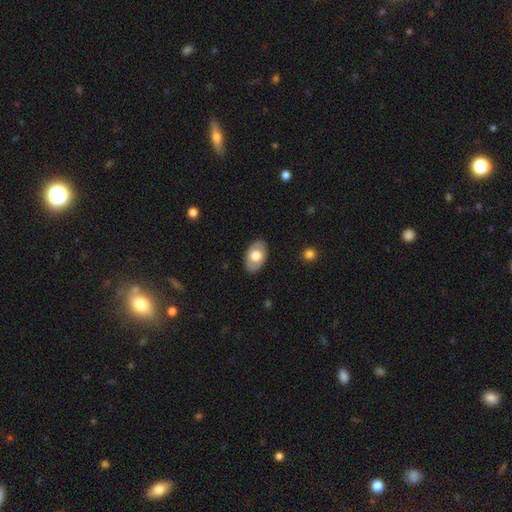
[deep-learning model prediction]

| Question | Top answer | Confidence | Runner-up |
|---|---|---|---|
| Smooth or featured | smooth | 64% | featured or disk (31%) |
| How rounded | in between | 90% | round (9%) |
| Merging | none | 86% | minor disturbance (10%) |